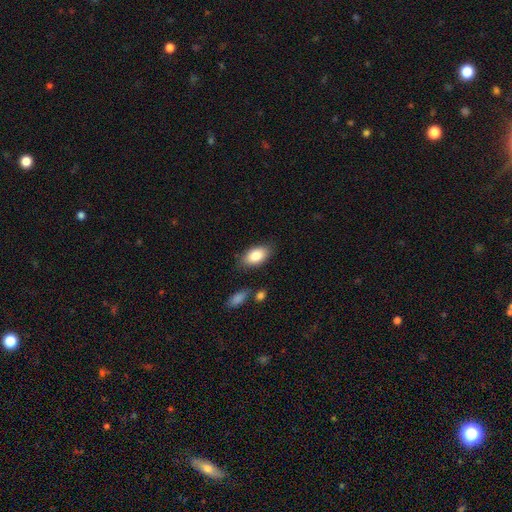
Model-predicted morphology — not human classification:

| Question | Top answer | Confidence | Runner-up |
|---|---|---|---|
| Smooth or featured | smooth | 85% | featured or disk (9%) |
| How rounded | in between | 92% | round (5%) |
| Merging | none | 81% | minor disturbance (13%) |